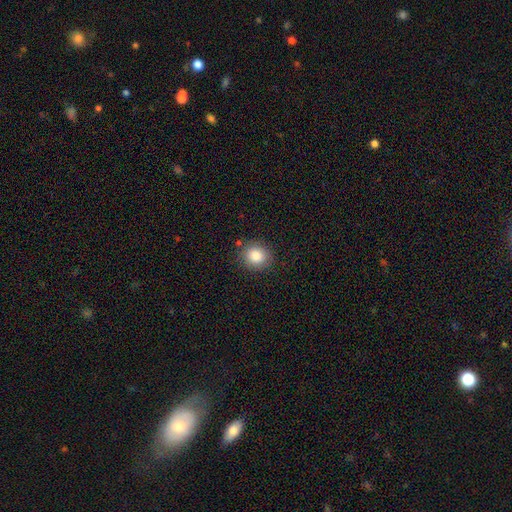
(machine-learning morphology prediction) A smooth galaxy with no disk features (84%) that is round (82%).

Vote fractions:
- Smooth or featured? smooth: 84% / star or artifact: 9% / featured or disk: 6%
- How rounded? round: 82% / in between: 17% / cigar-shaped: 1%
- Merging? none: 86% / minor disturbance: 9% / major disturbance: 3% / merger: 2%